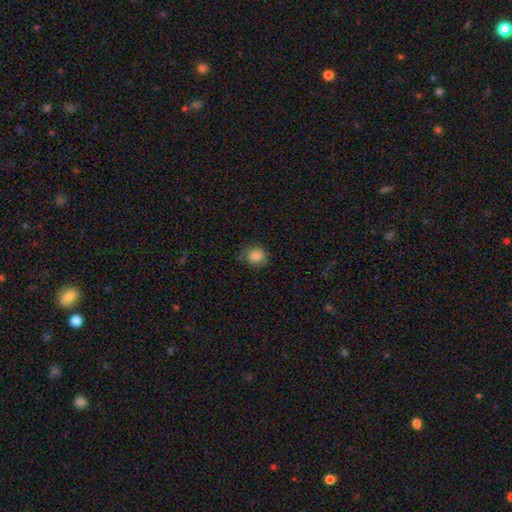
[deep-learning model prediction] A smooth galaxy with no disk features (85%) that is round (78%).

Vote fractions:
- Smooth or featured? smooth: 85% / star or artifact: 10% / featured or disk: 5%
- How rounded? round: 78% / in between: 21% / cigar-shaped: 1%
- Merging? none: 79% / minor disturbance: 16% / major disturbance: 4% / merger: 1%